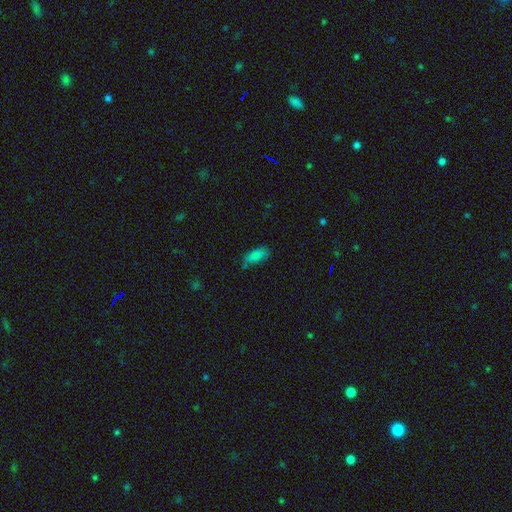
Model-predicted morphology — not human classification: type=smooth (83%); roundness=in between (80%); merging=none (61%).